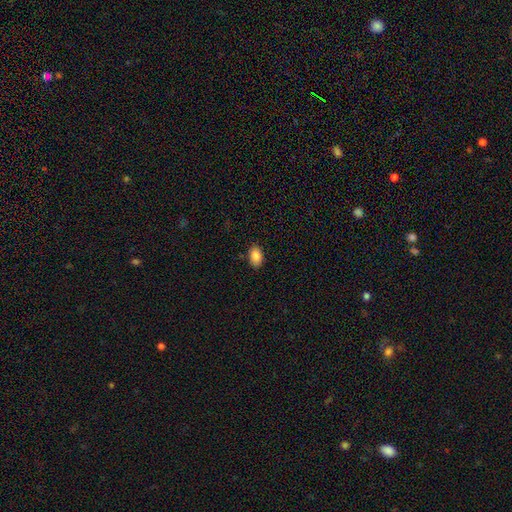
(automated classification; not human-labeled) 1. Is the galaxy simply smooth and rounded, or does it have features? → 86% smooth, 8% star or artifact, 6% featured or disk.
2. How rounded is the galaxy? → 89% in between, 10% round, 1% cigar-shaped.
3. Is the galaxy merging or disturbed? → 86% none, 11% minor disturbance, 2% major disturbance, 1% merger.